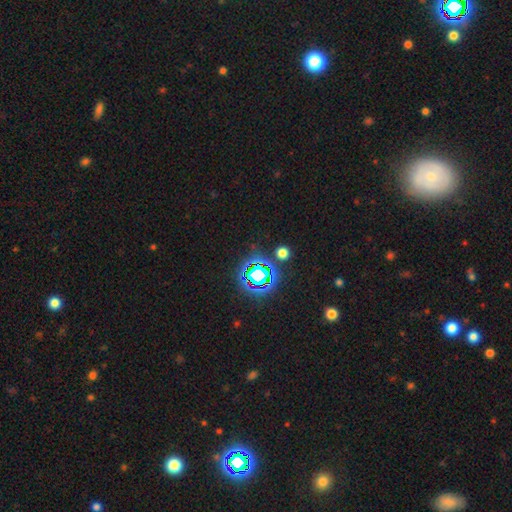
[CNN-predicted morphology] A star or artifact, not a galaxy (80%).

Vote fractions:
- Smooth or featured? star or artifact: 80% / smooth: 12% / featured or disk: 8%